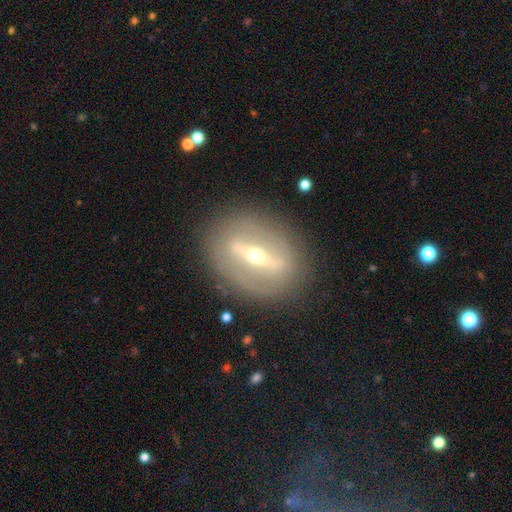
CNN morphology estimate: A featured or disk galaxy (79%) with a strong bar (78%), no spiral arms (71%) and a moderate central bulge (48%, tied with small). Merging: none (84%).